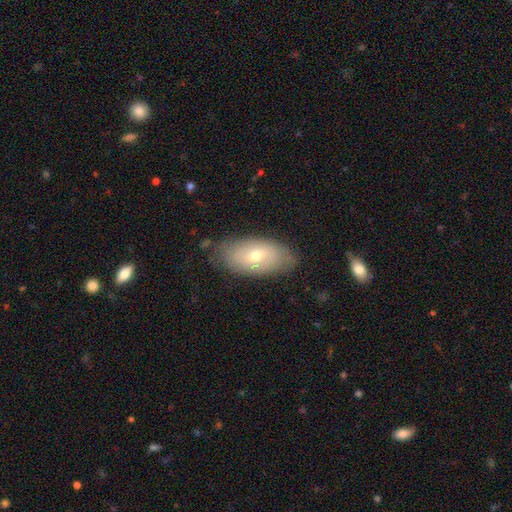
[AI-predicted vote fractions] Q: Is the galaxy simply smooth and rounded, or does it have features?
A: smooth — 55%.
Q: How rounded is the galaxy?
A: in between — 92%.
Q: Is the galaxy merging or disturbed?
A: none — 78%.